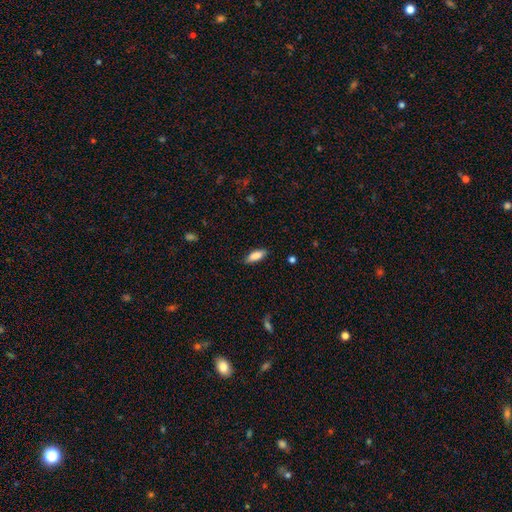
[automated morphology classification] The model was most divided on "how rounded": in between: 71%, cigar-shaped: 27%, round: 2%. More confident: smooth or featured — smooth (86%); merging — none (85%).